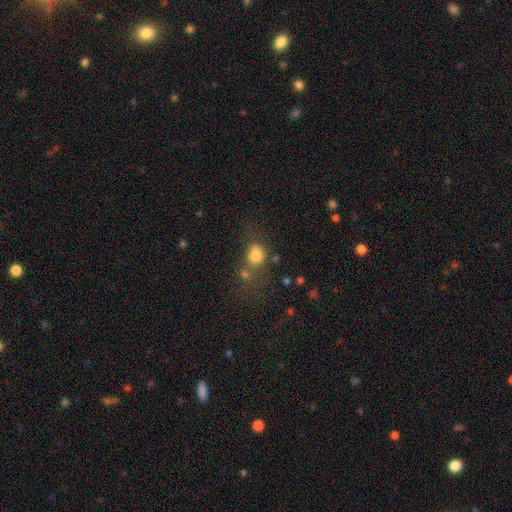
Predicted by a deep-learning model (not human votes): Morphology: type=smooth (78%); roundness=round (58%); merging=none (48%).